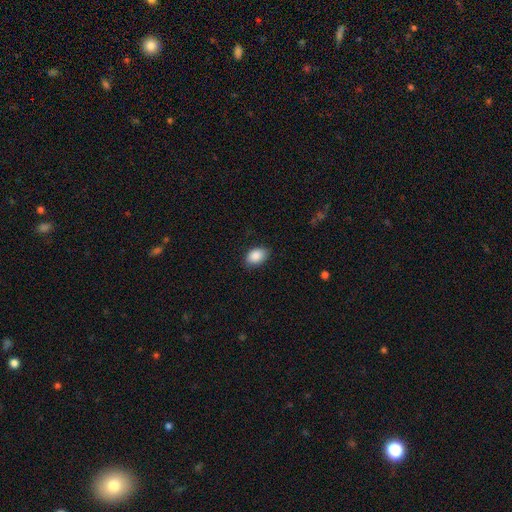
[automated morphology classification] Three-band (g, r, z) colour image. It shows a smooth galaxy with no disk features (89%) that is in between round and cigar-shaped (88%). Merging: none (83%).